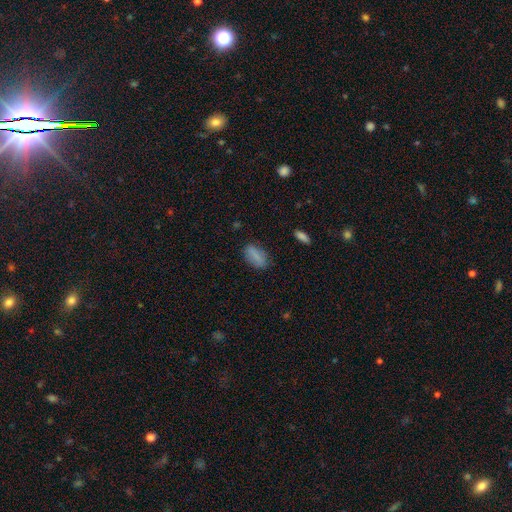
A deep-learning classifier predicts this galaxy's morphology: smooth-or-featured: smooth: 82% | featured or disk: 9% | star or artifact: 9%
  how-rounded: in between: 84% | cigar-shaped: 11% | round: 5%
  merging: none: 79% | minor disturbance: 15% | major disturbance: 4% | merger: 2%